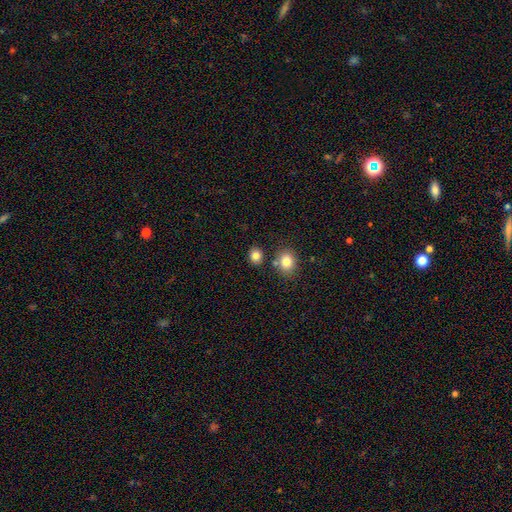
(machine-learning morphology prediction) Smooth or featured? smooth (83%)
How rounded? round (61%)
Merging? none (76%)